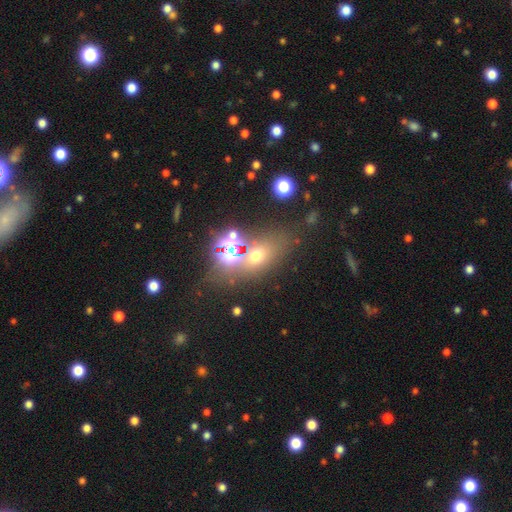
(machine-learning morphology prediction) Smooth or featured? smooth (49%)
Merging? none (63%)